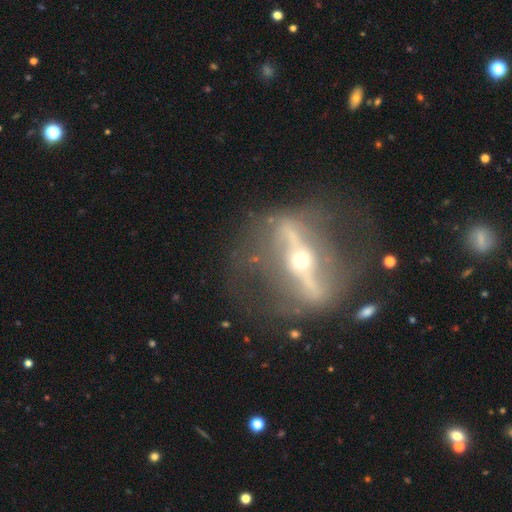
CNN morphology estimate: Smooth or featured: featured or disk — 84% (star or artifact — 8%)
Edge-on disk: no — 56% (yes — 44%)
Merging: none — 68% (major disturbance — 15%)